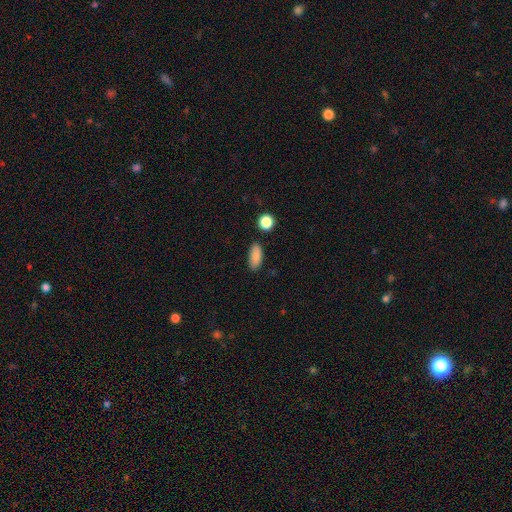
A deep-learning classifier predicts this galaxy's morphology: This is clearly a smooth galaxy (88%). How rounded: clearly in between (85%). Merging: clearly none (85%).